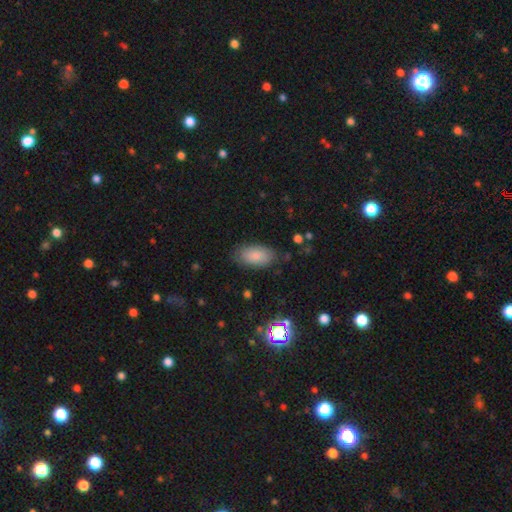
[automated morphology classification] Overall: smooth (83%). How rounded: in between (94%). Merging: none (80%).